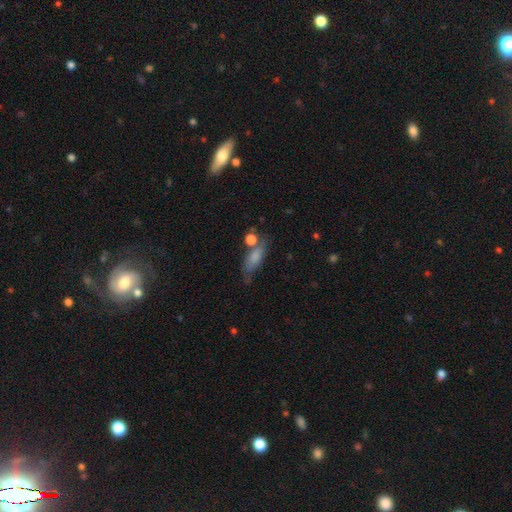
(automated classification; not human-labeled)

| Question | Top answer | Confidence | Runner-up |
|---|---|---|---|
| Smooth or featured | smooth | 62% | featured or disk (25%) |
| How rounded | in between | 58% | cigar-shaped (35%) |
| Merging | none | 56% | minor disturbance (21%) |